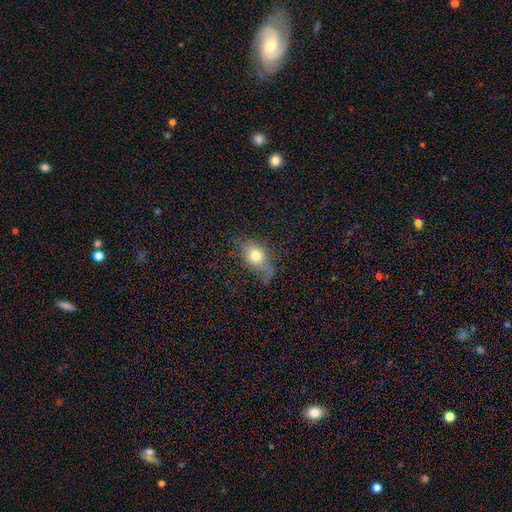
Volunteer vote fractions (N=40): Smooth or featured?
  - smooth: 80% *
  - star or artifact: 12%
  - featured or disk: 8%
How rounded?
  - in between: 59% *
  - round: 28%
  - cigar-shaped: 12%
Merging?
  - none: 46% *
  - minor disturbance: 31%
  - major disturbance: 20%
  - merger: 3%